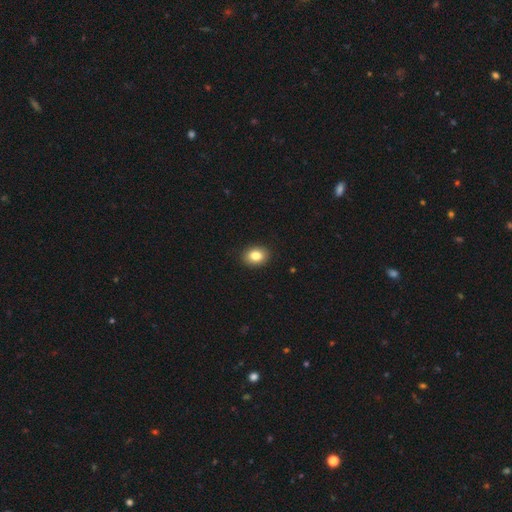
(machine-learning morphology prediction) A smooth galaxy with no disk features (84%) that is in between round and cigar-shaped (60%).

Vote fractions:
- Smooth or featured? smooth: 84% / star or artifact: 9% / featured or disk: 7%
- How rounded? in between: 60% / round: 39% / cigar-shaped: 1%
- Merging? none: 91% / minor disturbance: 7% / major disturbance: 2% / merger: 1%